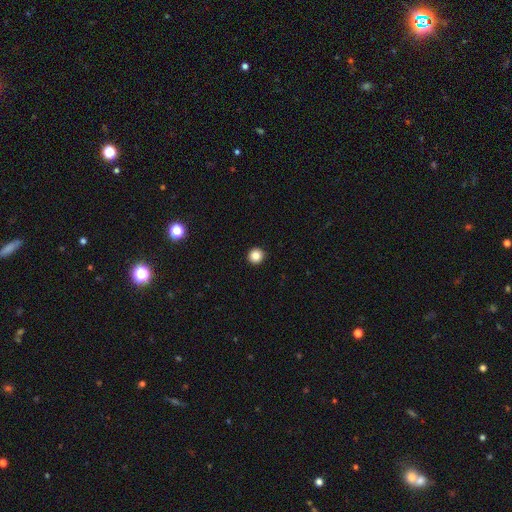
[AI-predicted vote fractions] Smooth or featured? smooth (86%)
How rounded? round (96%)
Merging? none (94%)